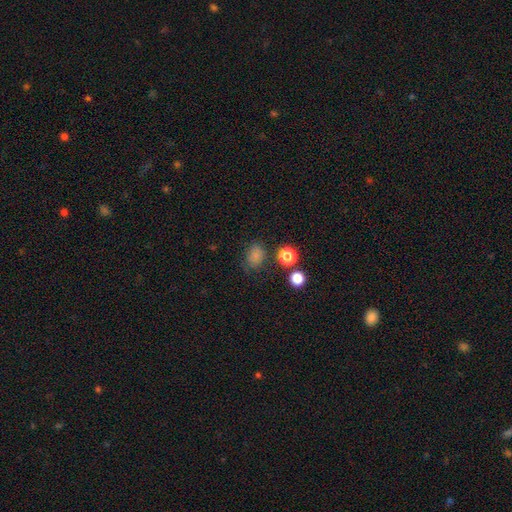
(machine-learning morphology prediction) Smooth or featured?
  - smooth: 79% *
  - star or artifact: 15%
  - featured or disk: 5%
How rounded?
  - in between: 65% *
  - round: 34%
  - cigar-shaped: 1%
Merging?
  - none: 71% *
  - minor disturbance: 18%
  - major disturbance: 6%
  - merger: 5%